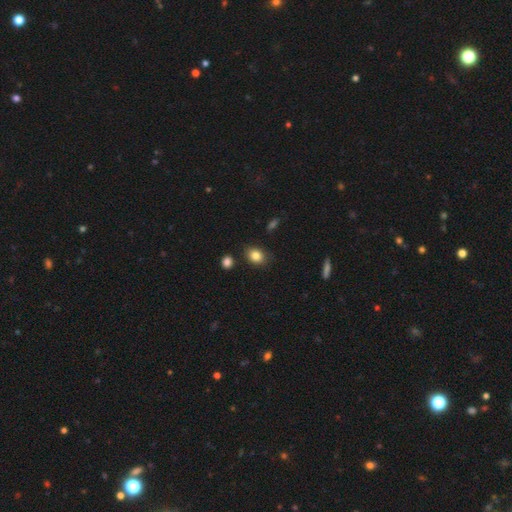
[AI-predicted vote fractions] smooth-or-featured: smooth: 84% | star or artifact: 9% | featured or disk: 7%
  how-rounded: in between: 61% | round: 38% | cigar-shaped: 1%
  merging: none: 82% | minor disturbance: 13% | merger: 3% | major disturbance: 3%